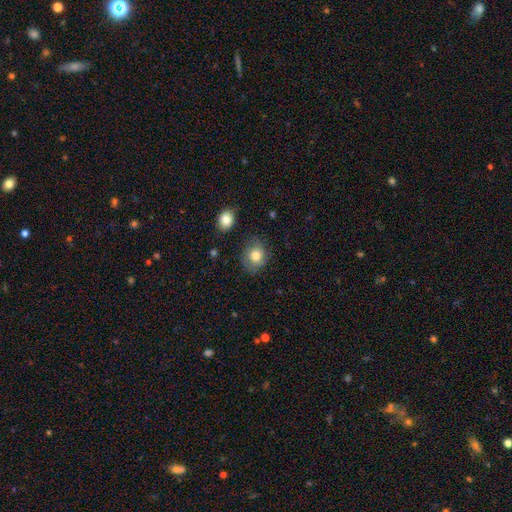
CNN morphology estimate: This is likely a smooth galaxy (79%). How rounded: likely round (62%). Merging: likely none (73%).